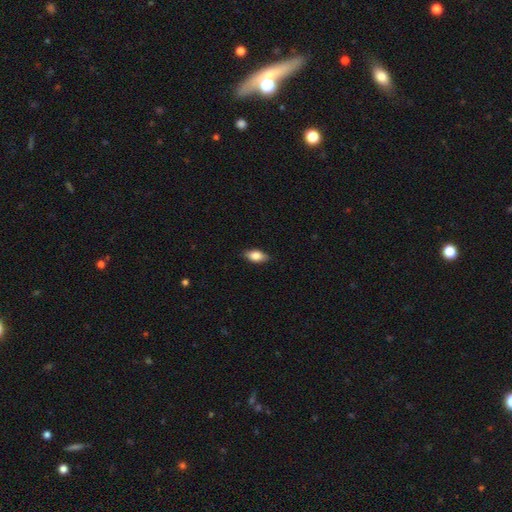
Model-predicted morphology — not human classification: Overall: smooth (82%). How rounded: in between (88%). Merging: none (86%).